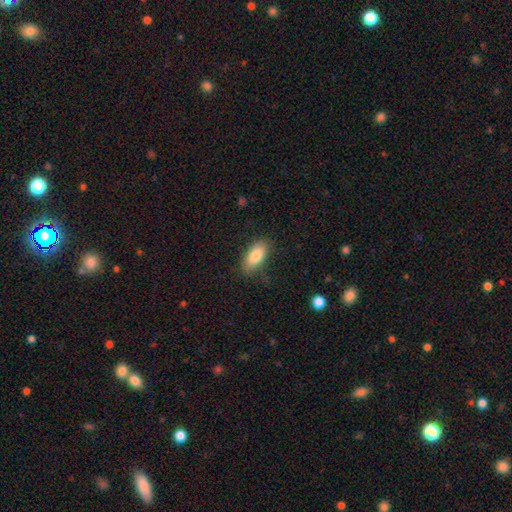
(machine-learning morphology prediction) Overall: smooth (84%). How rounded: in between (88%). Merging: none (80%).